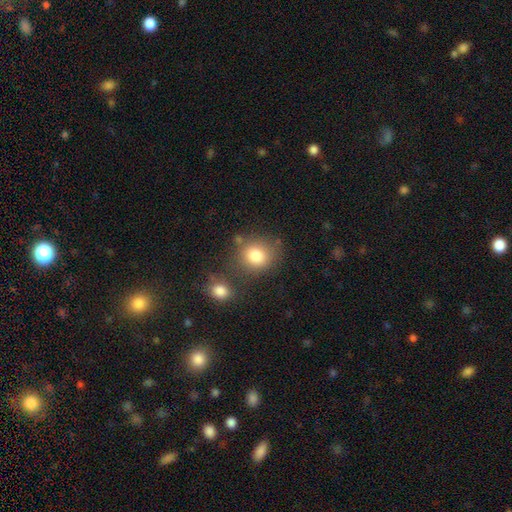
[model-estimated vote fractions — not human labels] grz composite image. It shows a smooth galaxy with no disk features (81%) that is round (75%). Merging: none (67%).